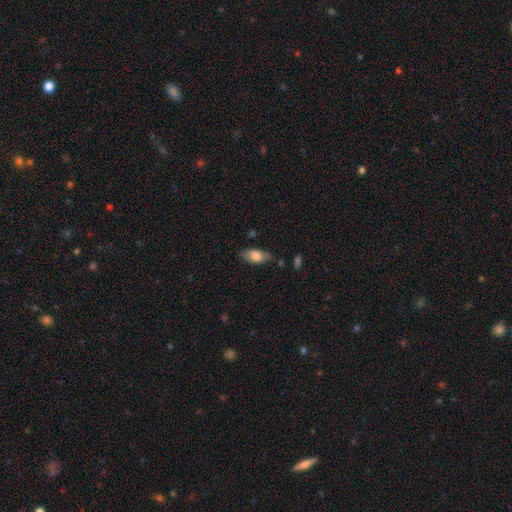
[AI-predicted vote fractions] Q: Smooth or featured?
A: smooth (76%); runner-up: featured or disk (17%)
Q: How rounded?
A: in between (89%); runner-up: cigar-shaped (7%)
Q: Merging?
A: none (78%); runner-up: minor disturbance (16%)